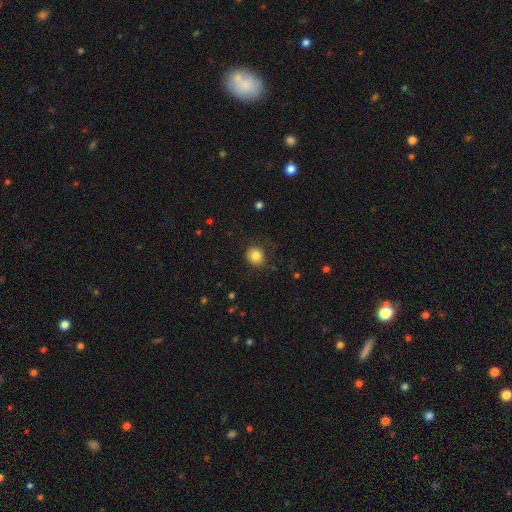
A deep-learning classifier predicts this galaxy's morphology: The model was most divided on "how rounded": round: 81%, in between: 18%, cigar-shaped: 1%. More confident: smooth or featured — smooth (84%); merging — none (82%).